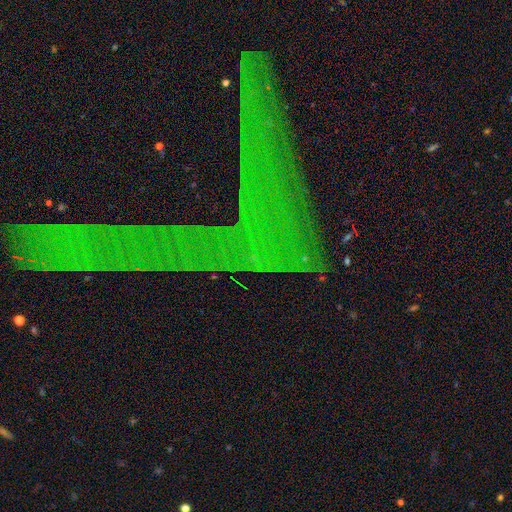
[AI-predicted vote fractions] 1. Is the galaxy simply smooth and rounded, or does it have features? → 80% star or artifact, 11% featured or disk, 9% smooth.